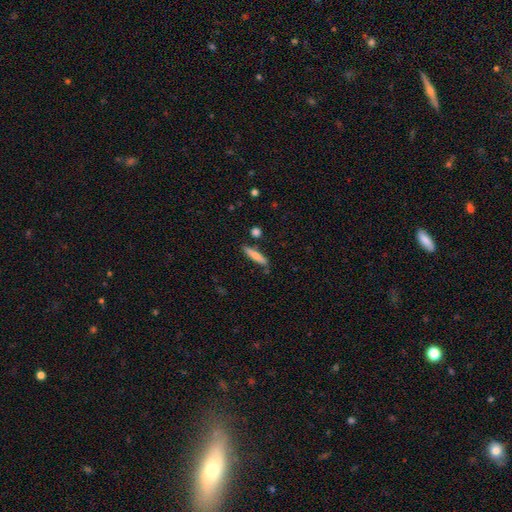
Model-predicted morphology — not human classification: Q: Smooth or featured?
A: smooth (67%); runner-up: featured or disk (26%)
Q: How rounded?
A: cigar-shaped (84%); runner-up: in between (14%)
Q: Merging?
A: none (79%); runner-up: minor disturbance (13%)